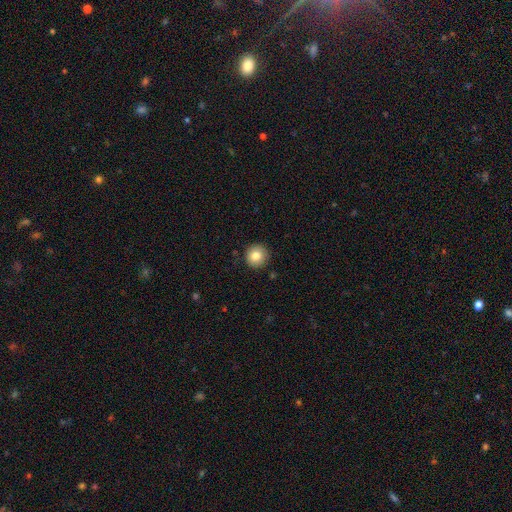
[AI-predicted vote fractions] The model was most divided on "smooth or featured": smooth: 82%, star or artifact: 9%, featured or disk: 9%. More confident: how rounded — round (95%); merging — none (91%).